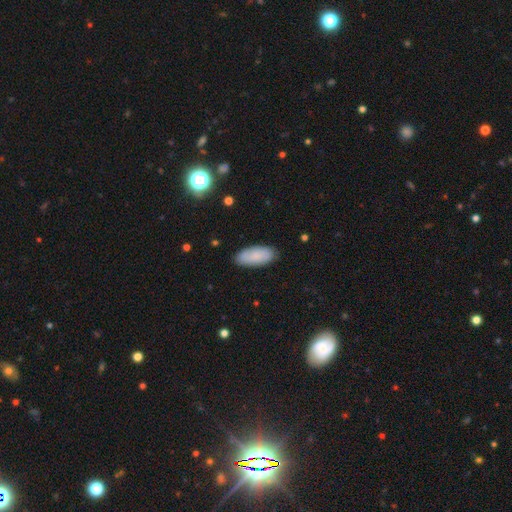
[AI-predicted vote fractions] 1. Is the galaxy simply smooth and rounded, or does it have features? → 84% smooth, 10% featured or disk, 6% star or artifact.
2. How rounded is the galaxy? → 88% in between, 10% cigar-shaped, 2% round.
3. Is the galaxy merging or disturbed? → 86% none, 11% minor disturbance, 2% major disturbance, 1% merger.